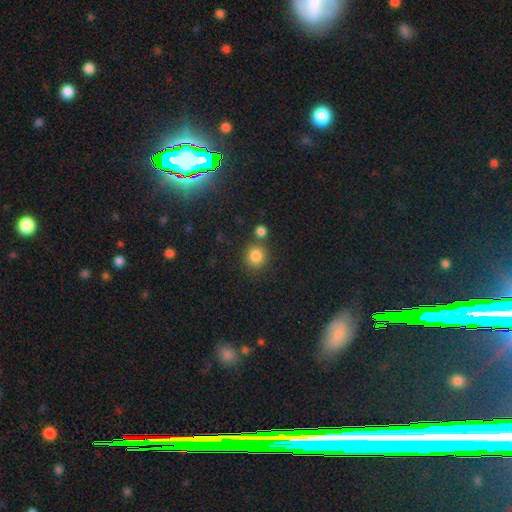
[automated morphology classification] Smooth or featured: smooth — 83% (star or artifact — 11%)
How rounded: round — 88% (in between — 11%)
Merging: none — 74% (merger — 15%)